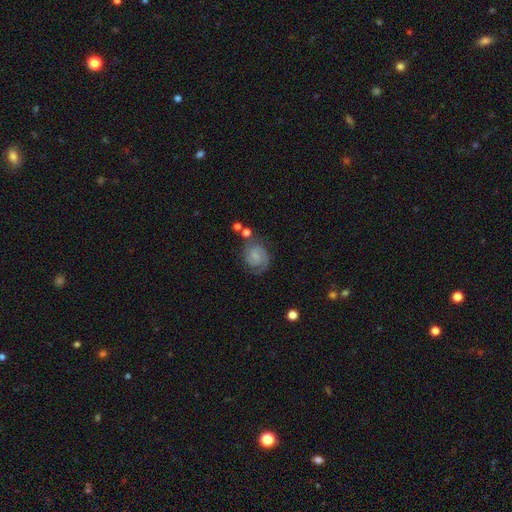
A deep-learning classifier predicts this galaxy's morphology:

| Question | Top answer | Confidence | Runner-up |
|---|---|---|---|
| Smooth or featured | featured or disk | 79% | smooth (14%) |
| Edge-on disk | no | 98% | yes (2%) |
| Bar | no | 53% | weak (40%) |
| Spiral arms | yes | 97% | no (3%) |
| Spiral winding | tight | 53% | medium (38%) |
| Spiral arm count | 2 | 79% | can't tell (8%) |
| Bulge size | small | 51% | none (30%) |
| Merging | none | 69% | minor disturbance (17%) |